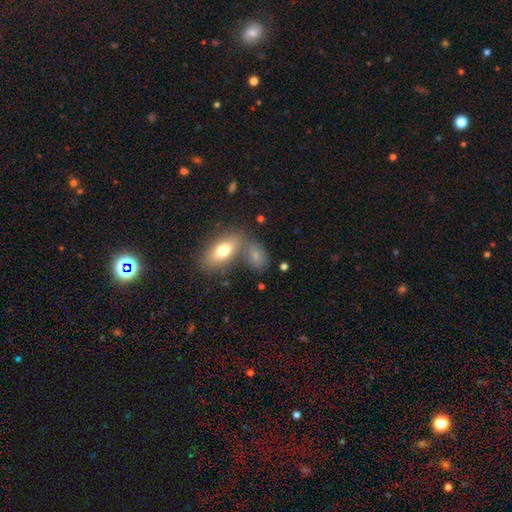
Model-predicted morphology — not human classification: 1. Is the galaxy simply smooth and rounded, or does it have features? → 74% smooth, 17% featured or disk, 10% star or artifact.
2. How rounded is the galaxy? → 84% in between, 11% round, 6% cigar-shaped.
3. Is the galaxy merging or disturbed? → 50% none, 31% merger, 13% minor disturbance, 5% major disturbance.